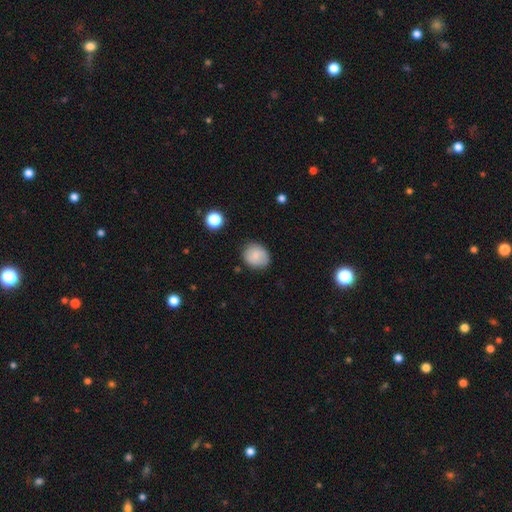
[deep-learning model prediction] Morphology: type=smooth (79%); roundness=round (66%); merging=none (81%).